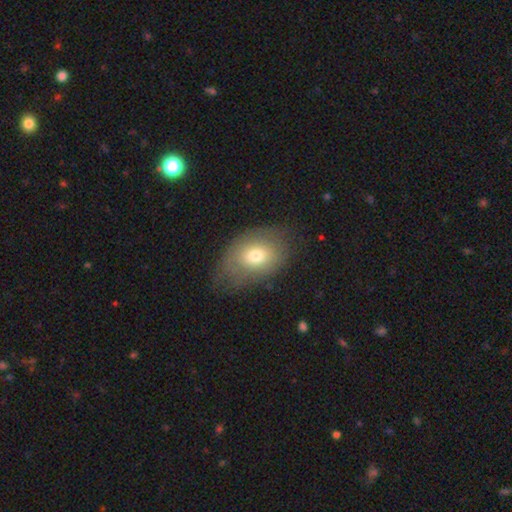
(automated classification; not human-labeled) smooth-or-featured: smooth: 68% | featured or disk: 23% | star or artifact: 9%
  how-rounded: in between: 80% | round: 18% | cigar-shaped: 1%
  merging: none: 65% | minor disturbance: 24% | major disturbance: 10% | merger: 1%